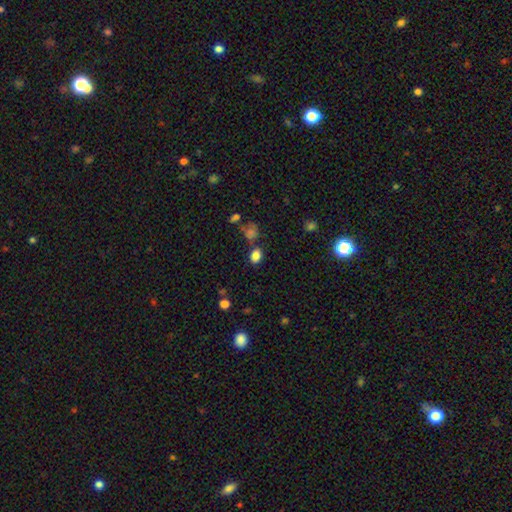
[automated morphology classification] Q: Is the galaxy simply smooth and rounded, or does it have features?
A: smooth — 83%.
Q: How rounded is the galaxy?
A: in between — 71%.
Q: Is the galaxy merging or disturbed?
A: none — 71%.